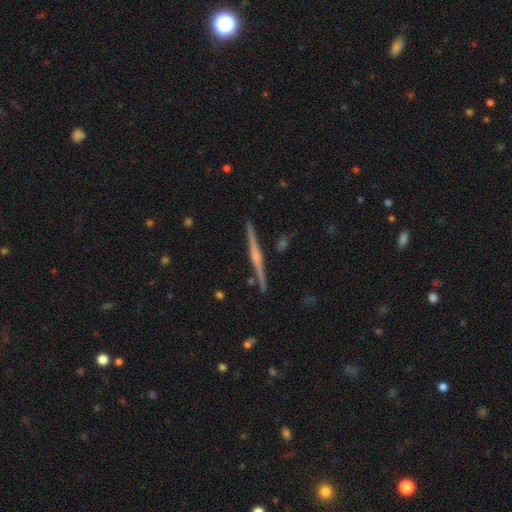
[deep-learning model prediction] Overall: featured or disk (83%). Edge-on disk: yes (99%). Edge-on bulge: rounded (71%). Merging: none (91%).